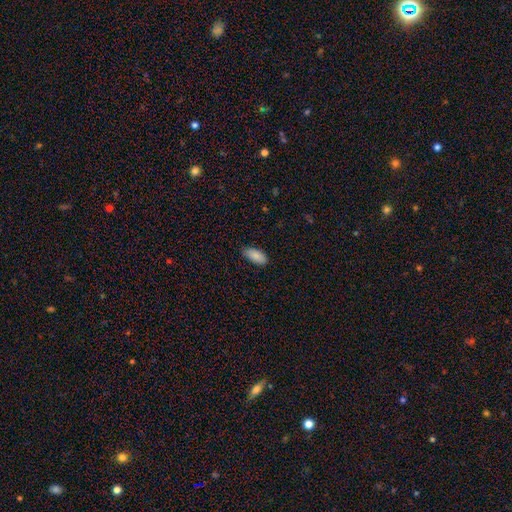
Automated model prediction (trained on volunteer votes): Smooth or featured? Predicted: smooth (p=0.87). How rounded? Predicted: in between (p=0.89). Merging? Predicted: none (p=0.84).